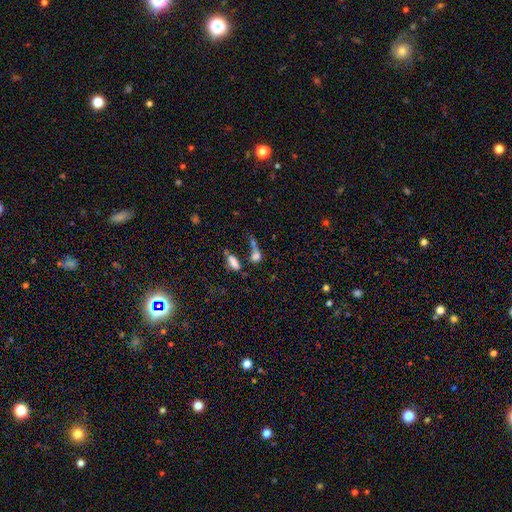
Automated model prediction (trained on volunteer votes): smooth-or-featured: smooth: 67% | star or artifact: 17% | featured or disk: 16%
  how-rounded: in between: 52% | round: 30% | cigar-shaped: 18%
  merging: merger: 44% | none: 30% | major disturbance: 15% | minor disturbance: 11%